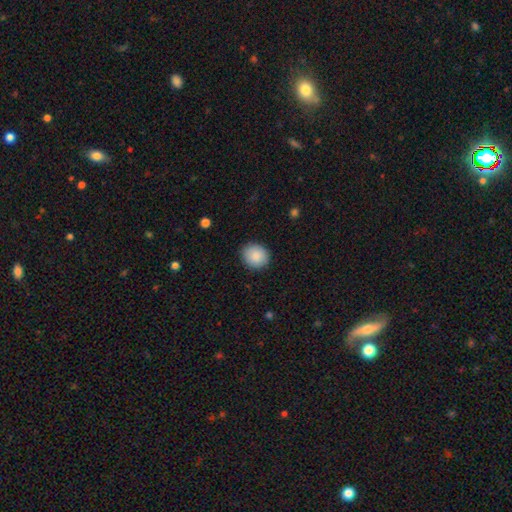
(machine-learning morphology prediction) type=smooth (89%); roundness=round (79%); merging=none (89%).